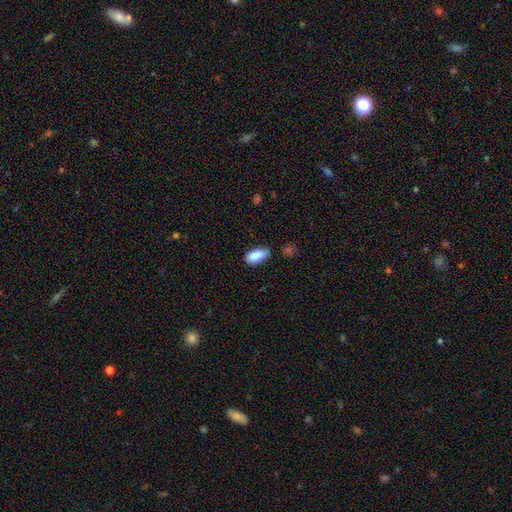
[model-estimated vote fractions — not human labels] This is clearly a smooth galaxy (88%). How rounded: clearly in between (89%). Merging: likely none (69%).